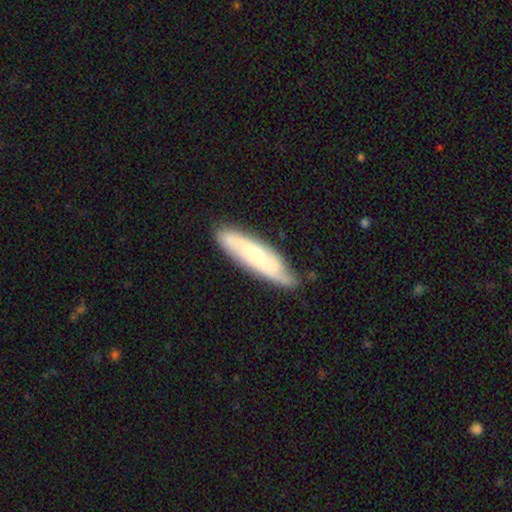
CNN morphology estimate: A featured or disk galaxy (55%). Merging: none (74%).